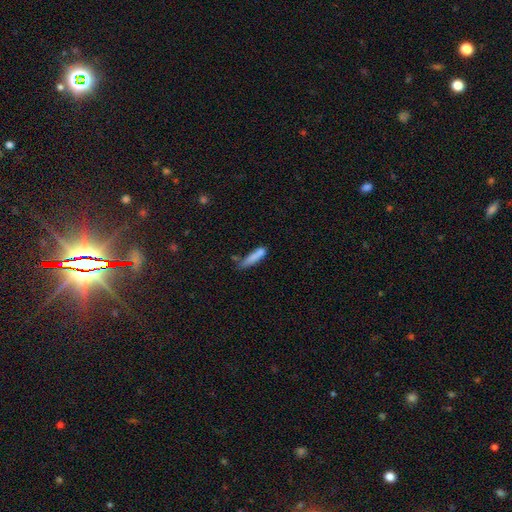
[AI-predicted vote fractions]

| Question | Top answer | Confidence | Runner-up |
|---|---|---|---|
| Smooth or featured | smooth | 80% | featured or disk (12%) |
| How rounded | cigar-shaped | 82% | in between (16%) |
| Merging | none | 56% | minor disturbance (26%) |